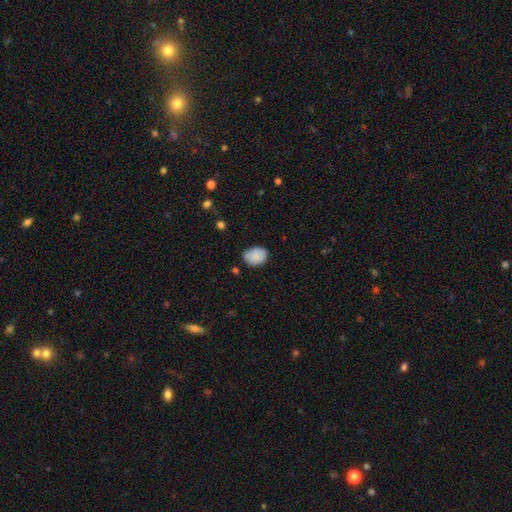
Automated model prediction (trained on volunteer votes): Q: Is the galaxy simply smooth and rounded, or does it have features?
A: smooth — 87%.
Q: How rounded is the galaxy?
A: in between — 70%.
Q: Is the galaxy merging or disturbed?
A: none — 75%.